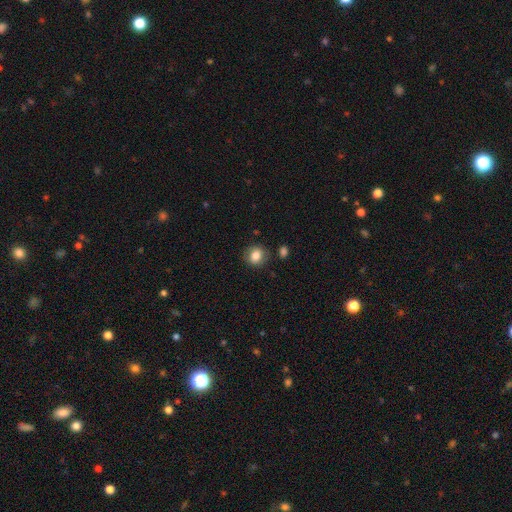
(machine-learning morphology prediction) Smooth or featured? Predicted: smooth (p=0.83). How rounded? Predicted: round (p=0.77). Merging? Predicted: none (p=0.82).